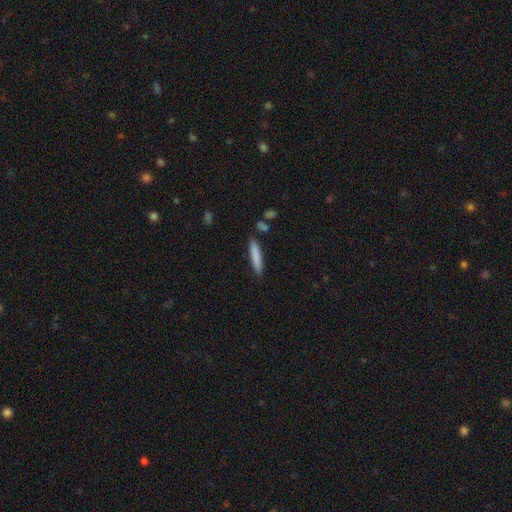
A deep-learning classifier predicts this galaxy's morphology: smooth_or_featured: smooth (p=0.82) [alt: featured or disk p=0.12]
how_rounded: cigar-shaped (p=0.90) [alt: in between p=0.09]
merging: none (p=0.87) [alt: minor disturbance p=0.09]